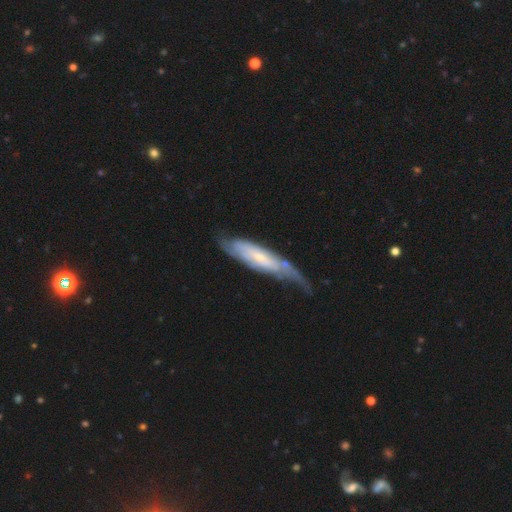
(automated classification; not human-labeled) smooth_or_featured: featured or disk (p=0.69) [alt: smooth p=0.25]
disk_edge_on: no (p=0.64) [alt: yes p=0.36]
merging: none (p=0.51) [alt: minor disturbance p=0.29]